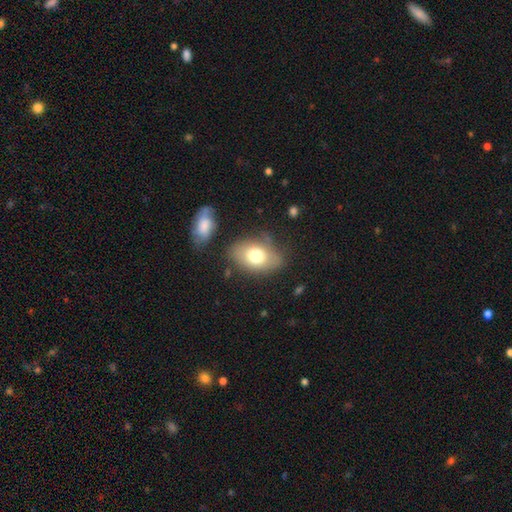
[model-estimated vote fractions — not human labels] Smooth or featured: smooth — 74% (featured or disk — 19%)
How rounded: in between — 84% (round — 14%)
Merging: none — 68% (minor disturbance — 20%)